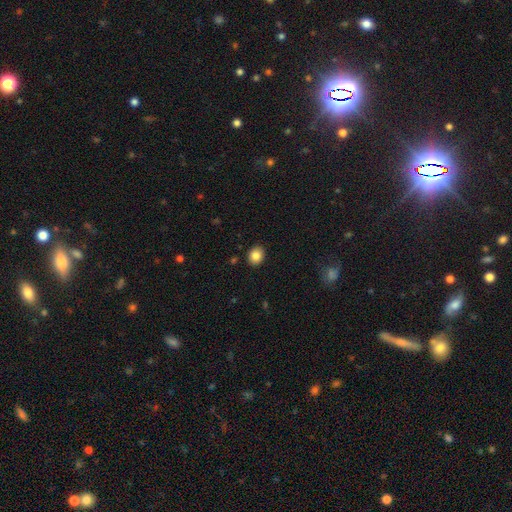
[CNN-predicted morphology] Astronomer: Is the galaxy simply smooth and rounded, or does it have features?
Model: smooth — 84%.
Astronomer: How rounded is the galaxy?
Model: round — 61% (runner-up: in between, 38%).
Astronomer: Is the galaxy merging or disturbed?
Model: none — 90%.